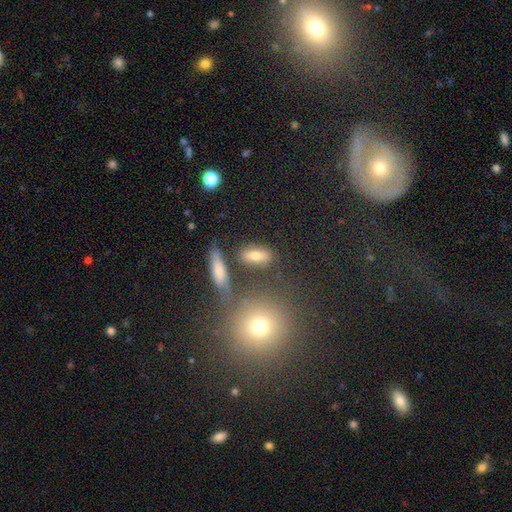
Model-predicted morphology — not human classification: smooth 65%, featured or disk 19%, star or artifact 16%. Down the decision tree: how rounded — in between (66%); merging — none (75%).